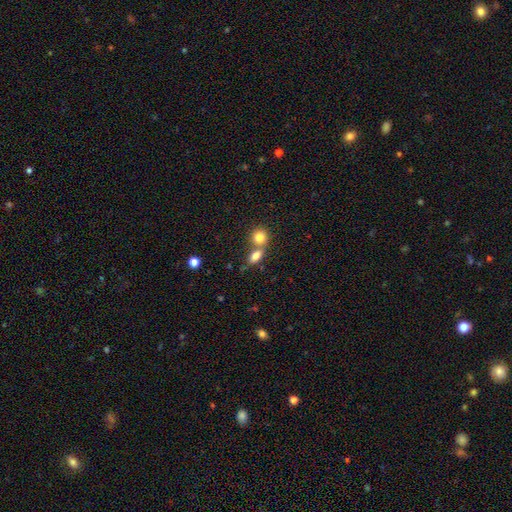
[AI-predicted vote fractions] Smooth or featured? smooth (80%)
How rounded? in between (75%)
Merging? merger (49%)